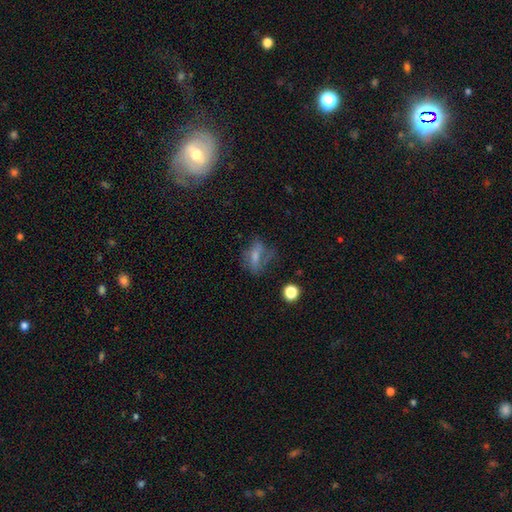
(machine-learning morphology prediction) A smooth galaxy with no disk features (52%) that is in between round and cigar-shaped (67%). Merging: none (45%).